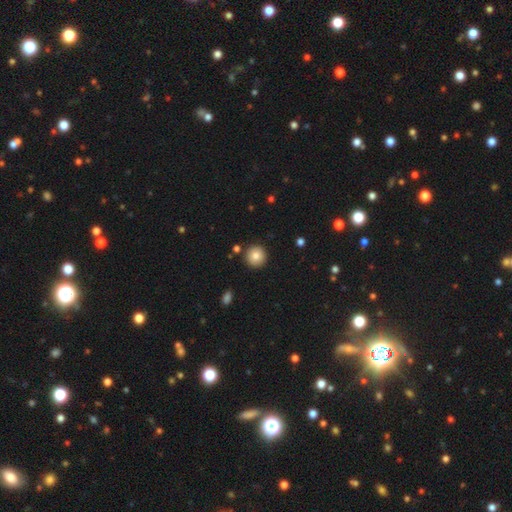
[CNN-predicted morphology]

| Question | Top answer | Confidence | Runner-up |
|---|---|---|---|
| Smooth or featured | smooth | 82% | star or artifact (9%) |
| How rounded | round | 95% | in between (4%) |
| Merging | none | 90% | minor disturbance (6%) |